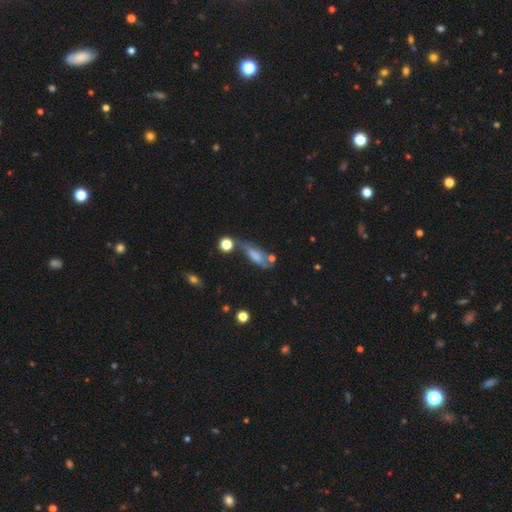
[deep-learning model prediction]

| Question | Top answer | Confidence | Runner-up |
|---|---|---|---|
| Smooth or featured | smooth | 54% | featured or disk (36%) |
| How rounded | in between | 55% | cigar-shaped (40%) |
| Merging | none | 33% | minor disturbance (26%) |